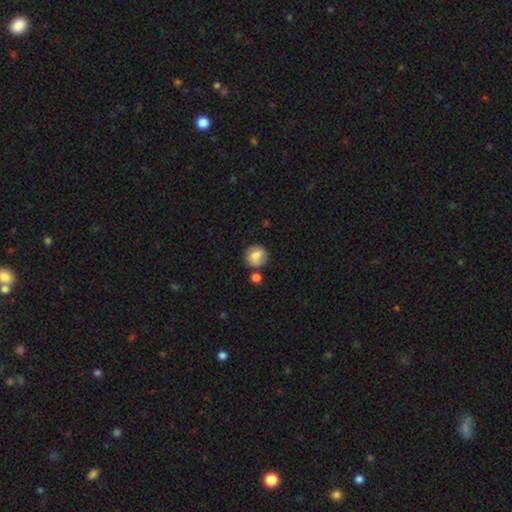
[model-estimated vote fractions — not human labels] smooth 78%, featured or disk 14%, star or artifact 8%. Down the decision tree: how rounded — round (88%); merging — none (74%).